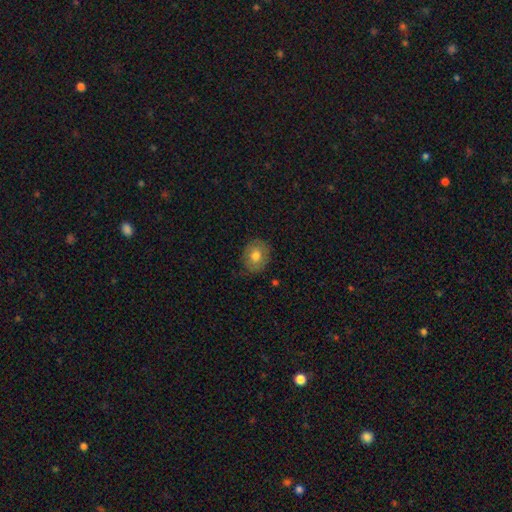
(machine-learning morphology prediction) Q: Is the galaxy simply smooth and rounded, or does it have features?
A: smooth — 70%.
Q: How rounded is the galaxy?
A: round — 61%.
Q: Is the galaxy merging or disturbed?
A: none — 80%.